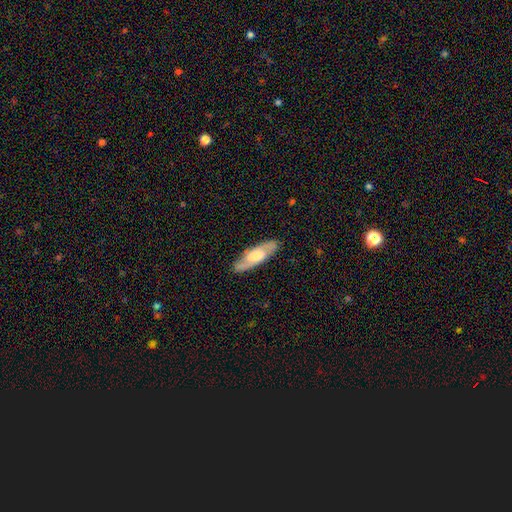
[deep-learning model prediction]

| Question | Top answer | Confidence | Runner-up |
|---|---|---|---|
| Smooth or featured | featured or disk | 57% | smooth (38%) |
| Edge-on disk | no | 70% | yes (30%) |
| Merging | none | 85% | minor disturbance (11%) |